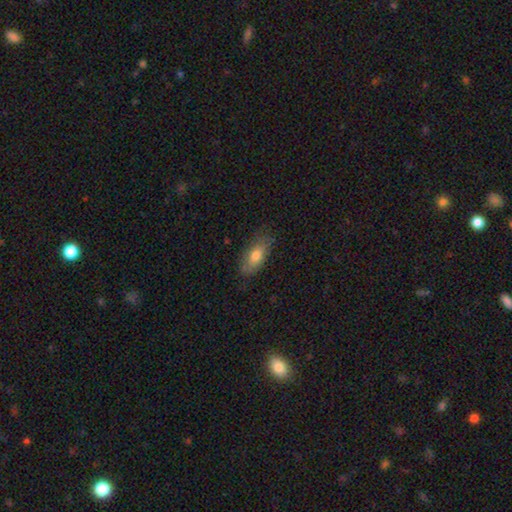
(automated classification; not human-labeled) Smooth or featured? smooth (73%)
How rounded? in between (83%)
Merging? none (73%)